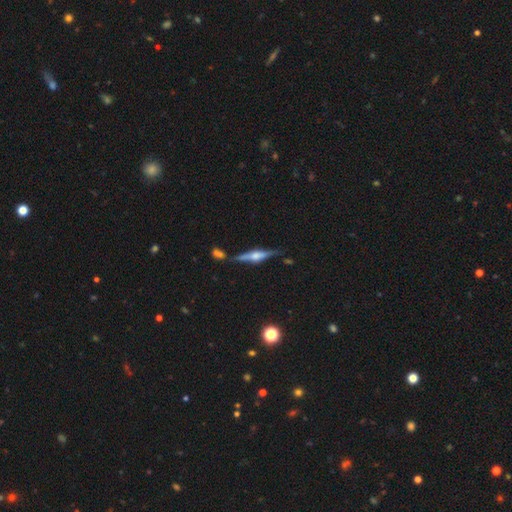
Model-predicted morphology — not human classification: Q: Smooth or featured?
A: featured or disk (79%); runner-up: smooth (14%)
Q: Edge-on disk?
A: yes (97%); runner-up: no (3%)
Q: Edge-on bulge?
A: rounded (83%); runner-up: boxy (14%)
Q: Merging?
A: none (78%); runner-up: minor disturbance (11%)